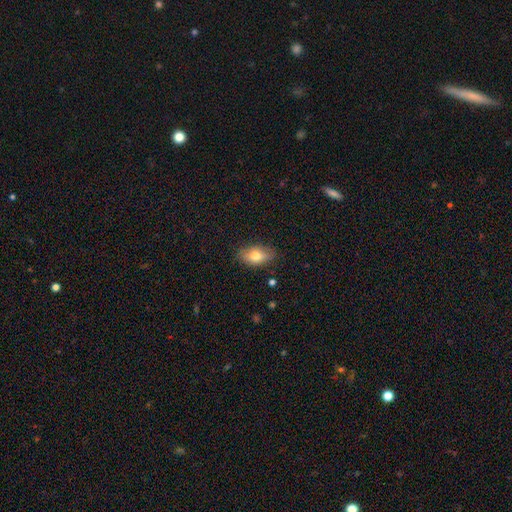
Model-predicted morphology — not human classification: A smooth galaxy with no disk features (69%) that is in between round and cigar-shaped (86%). Merging: none (79%).